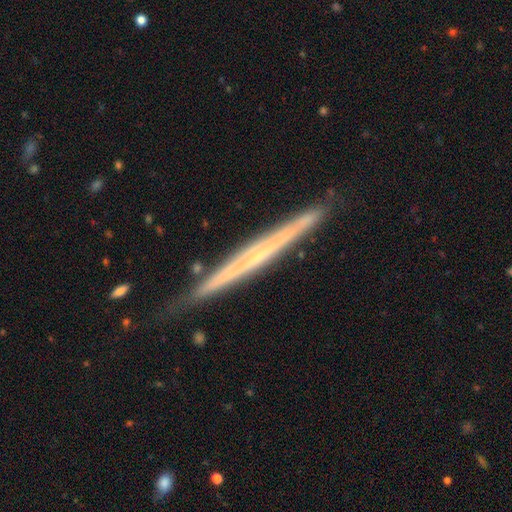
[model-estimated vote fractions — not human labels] The model was most divided on "smooth or featured": featured or disk: 69%, smooth: 25%, star or artifact: 6%. More confident: edge-on disk — yes (97%); merging — none (83%); edge-on bulge — none (74%).